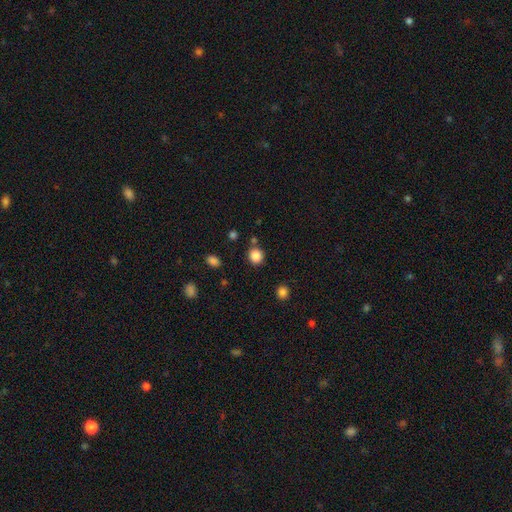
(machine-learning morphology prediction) Smooth or featured? Predicted: smooth (p=0.86). How rounded? Predicted: round (p=0.86). Merging? Predicted: none (p=0.81).